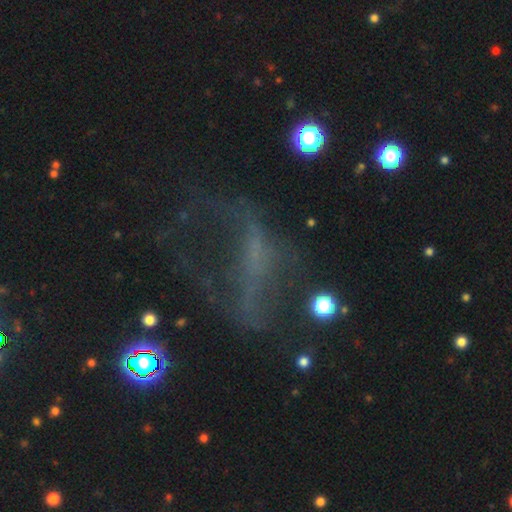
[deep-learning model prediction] smooth-or-featured: featured or disk: 49% | star or artifact: 31% | smooth: 20%
  merging: major disturbance: 41% | none: 38% | minor disturbance: 16% | merger: 5%